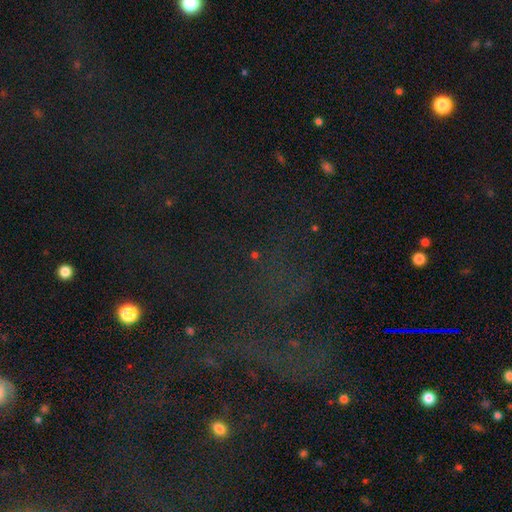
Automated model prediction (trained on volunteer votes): smooth_or_featured: star or artifact (p=0.75) [alt: smooth p=0.15]